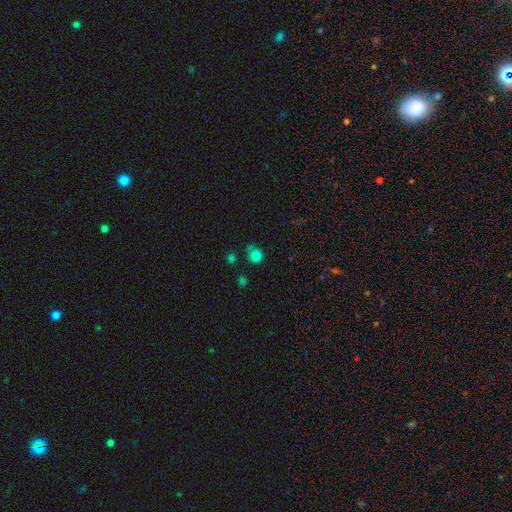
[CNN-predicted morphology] The model was most divided on "merging": none: 61%, minor disturbance: 21%, major disturbance: 9%, merger: 9%. More confident: how rounded — round (80%); smooth or featured — smooth (76%).